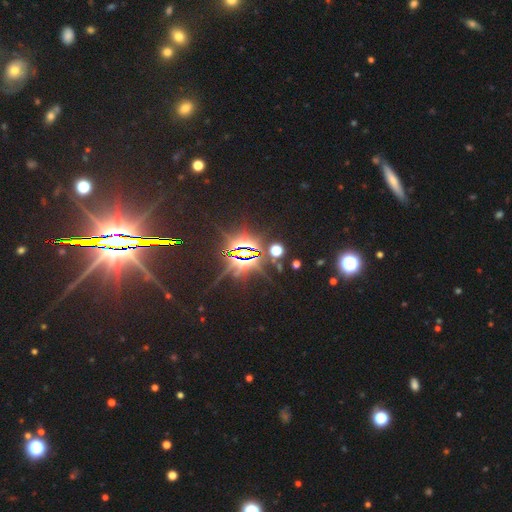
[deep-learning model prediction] This is clearly a star or artifact rather than a galaxy (83%).